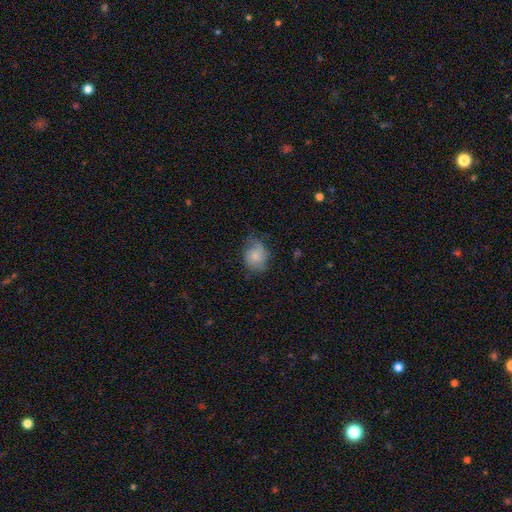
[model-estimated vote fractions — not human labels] Smooth or featured? Predicted: smooth (p=0.73). How rounded? Predicted: round (p=0.55). Merging? Predicted: none (p=0.53).